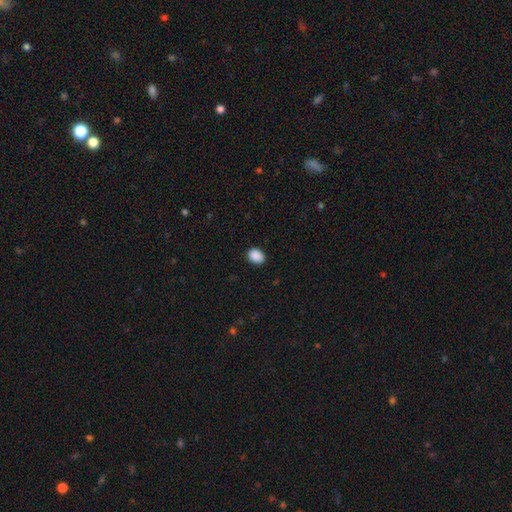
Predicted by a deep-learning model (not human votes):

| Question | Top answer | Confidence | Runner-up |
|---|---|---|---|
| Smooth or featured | smooth | 90% | star or artifact (8%) |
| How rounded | in between | 65% | round (34%) |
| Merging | none | 89% | minor disturbance (8%) |